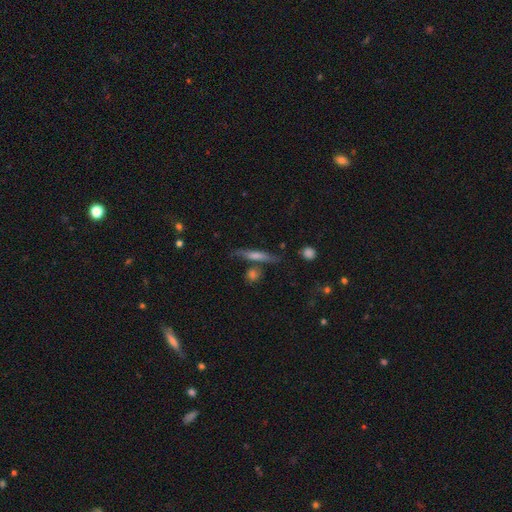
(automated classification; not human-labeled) The model was most divided on "smooth or featured": featured or disk: 53%, smooth: 37%, star or artifact: 10%. More confident: edge-on disk — yes (92%); merging — none (76%).